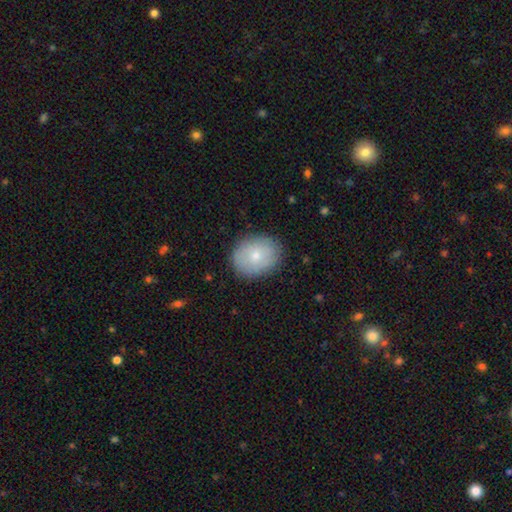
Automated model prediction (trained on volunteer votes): Smooth or featured? smooth (72%)
How rounded? round (53%)
Merging? none (84%)